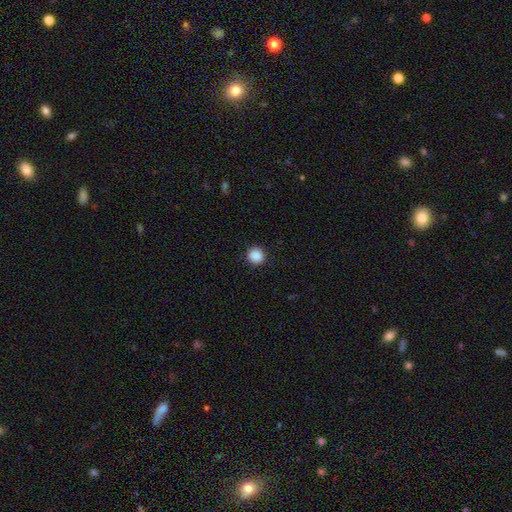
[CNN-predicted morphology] This appears to be a smooth galaxy with no disk features (89%) that is round (94%). Merging: none (92%).